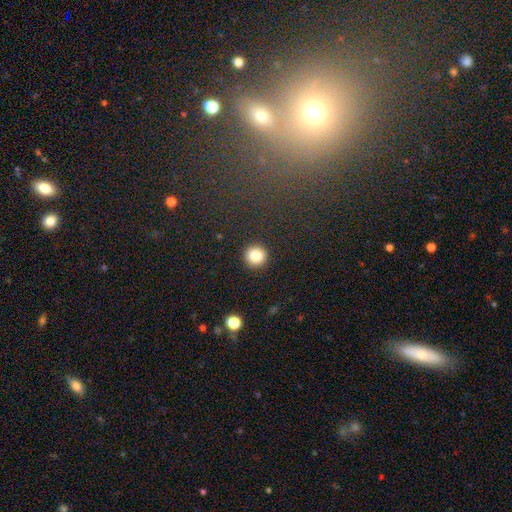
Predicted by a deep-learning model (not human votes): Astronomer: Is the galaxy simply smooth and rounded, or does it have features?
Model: smooth — 84%.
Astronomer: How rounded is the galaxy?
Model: round — 95%.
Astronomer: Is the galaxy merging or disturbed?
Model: none — 92%.